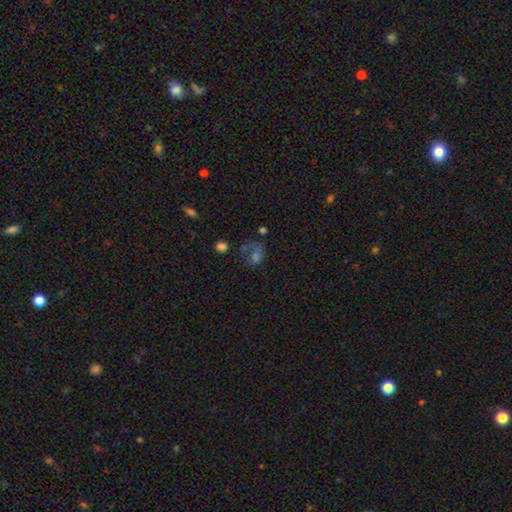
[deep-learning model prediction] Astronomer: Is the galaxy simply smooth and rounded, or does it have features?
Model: smooth — 36%, tied with featured or disk at 36%.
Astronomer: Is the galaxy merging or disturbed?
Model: major disturbance — 42% (runner-up: none, 32%).